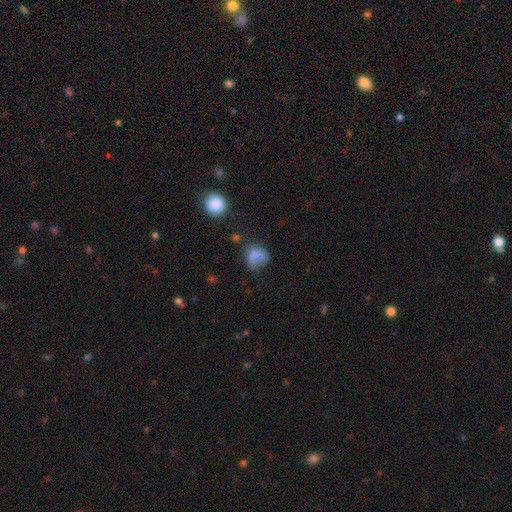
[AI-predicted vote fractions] Smooth or featured? Predicted: smooth (p=0.74). How rounded? Predicted: round (p=0.64). Merging? Predicted: none (p=0.47).